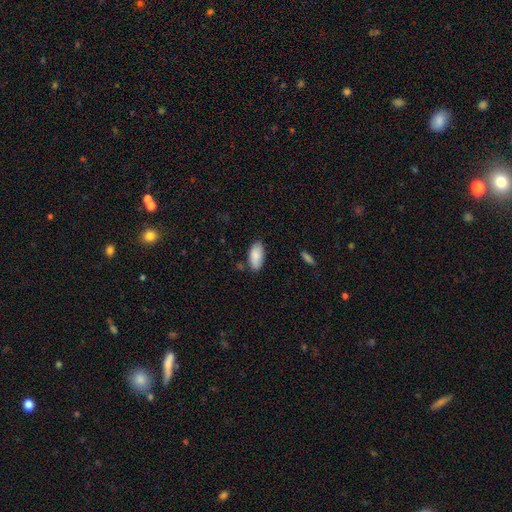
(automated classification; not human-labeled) Smooth or featured? smooth (87%)
How rounded? in between (93%)
Merging? none (77%)